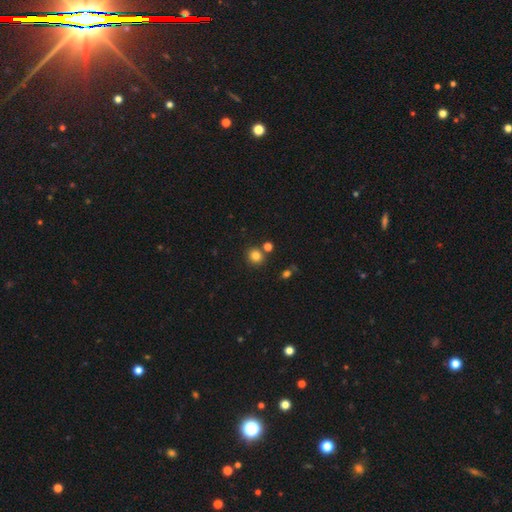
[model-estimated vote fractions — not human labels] A smooth galaxy with no disk features (81%) that is round (86%). Merging: none (77%).